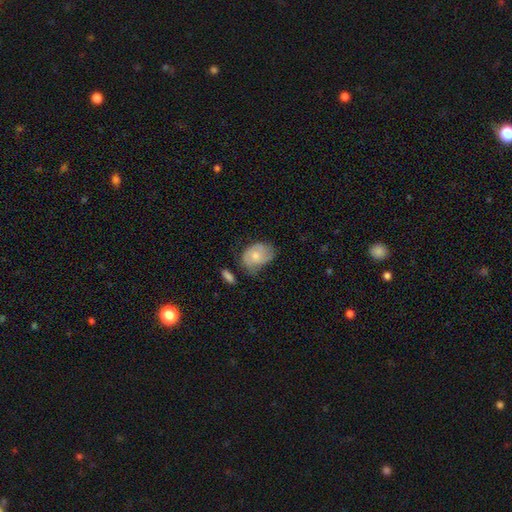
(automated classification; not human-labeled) Overall: smooth (61%; featured or disk 32%). How rounded: in between (71%). Merging: none (40%; minor disturbance 38%).